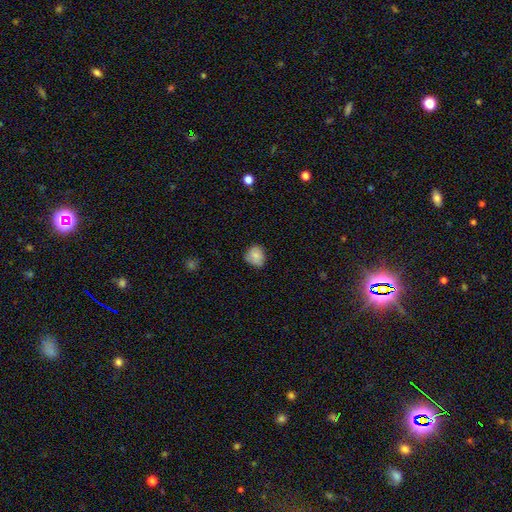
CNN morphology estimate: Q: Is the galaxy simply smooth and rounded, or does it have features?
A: smooth — 82%.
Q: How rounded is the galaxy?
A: round — 74%.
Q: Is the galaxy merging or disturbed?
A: none — 67%.